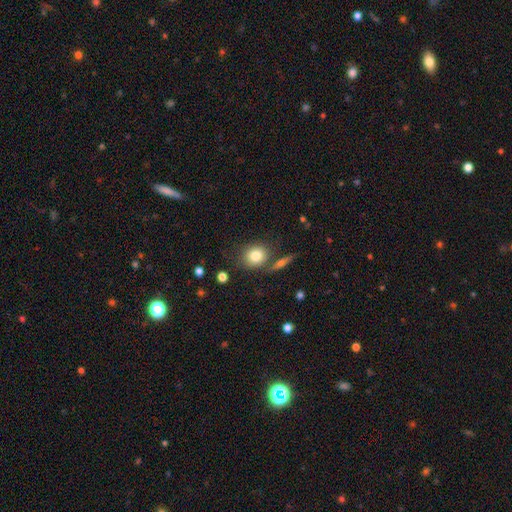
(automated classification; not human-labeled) smooth 81%, featured or disk 11%, star or artifact 9%. Down the decision tree: how rounded — round (65%); merging — none (68%).